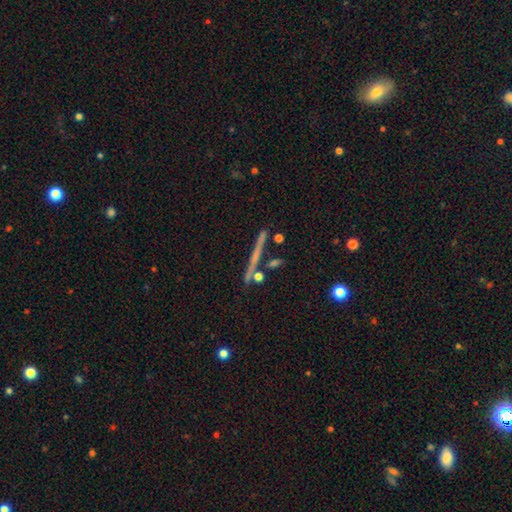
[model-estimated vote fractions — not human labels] smooth_or_featured: featured or disk (p=0.55) [alt: smooth p=0.33]
disk_edge_on: yes (p=0.96) [alt: no p=0.04]
edge_on_bulge: none (p=0.76) [alt: rounded p=0.18]
merging: none (p=0.82) [alt: minor disturbance p=0.08]